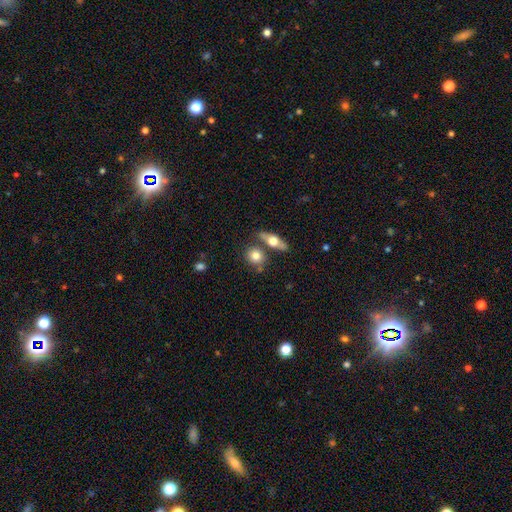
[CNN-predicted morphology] Smooth or featured: smooth — 76% (featured or disk — 17%)
How rounded: round — 64% (in between — 31%)
Merging: none — 64% (merger — 22%)